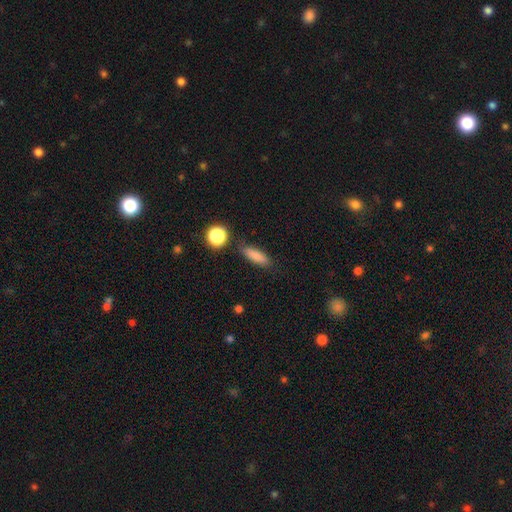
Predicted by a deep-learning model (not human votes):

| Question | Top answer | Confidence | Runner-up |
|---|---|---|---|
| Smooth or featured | smooth | 83% | star or artifact (10%) |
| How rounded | in between | 49% | cigar-shaped (46%) |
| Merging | none | 82% | minor disturbance (11%) |